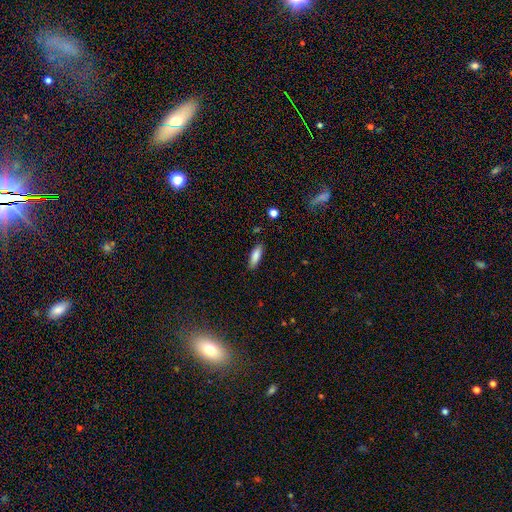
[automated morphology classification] The model was most divided on "how rounded": in between: 52%, cigar-shaped: 46%, round: 2%. More confident: smooth or featured — smooth (85%); merging — none (85%).